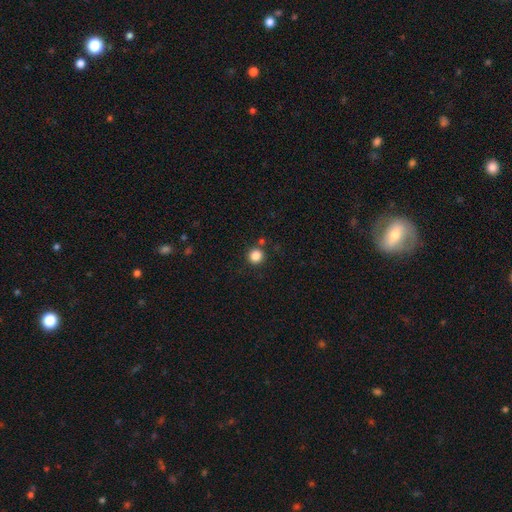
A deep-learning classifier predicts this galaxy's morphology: Smooth or featured? Predicted: smooth (p=0.85). How rounded? Predicted: round (p=0.93). Merging? Predicted: none (p=0.85).